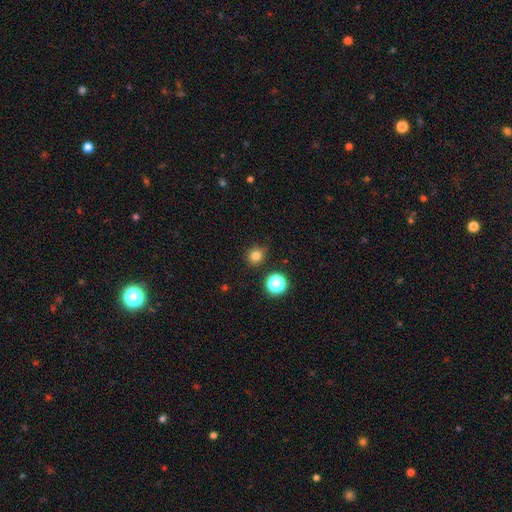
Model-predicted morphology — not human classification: Smooth or featured: smooth — 79% (star or artifact — 16%)
How rounded: round — 86% (in between — 13%)
Merging: none — 84% (minor disturbance — 11%)